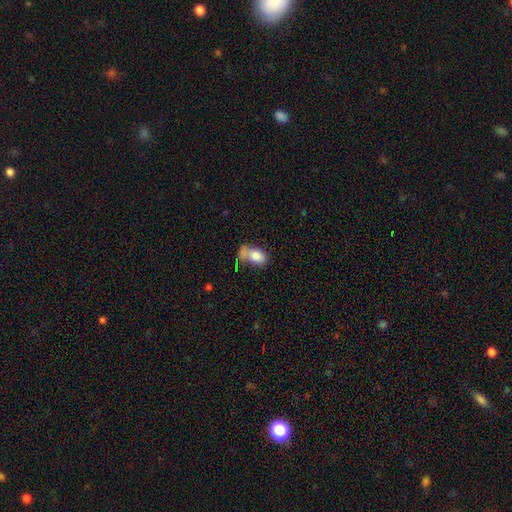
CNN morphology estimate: A smooth galaxy with no disk features (80%) that is in between round and cigar-shaped (87%). Merging: none (31%).